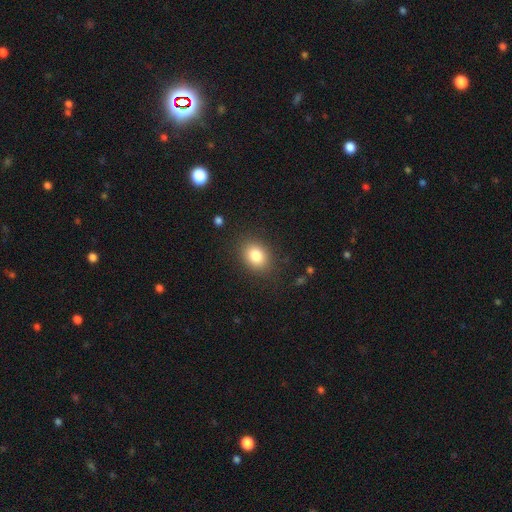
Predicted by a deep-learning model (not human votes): Smooth or featured? smooth (83%)
How rounded? in between (57%)
Merging? none (86%)